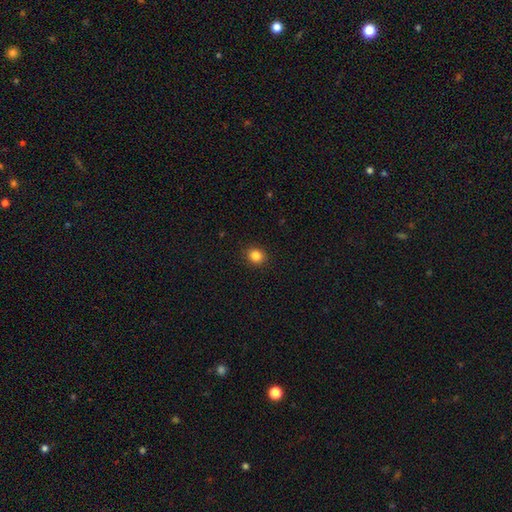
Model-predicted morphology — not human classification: Smooth or featured? Predicted: smooth (p=0.85). How rounded? Predicted: round (p=0.77). Merging? Predicted: none (p=0.91).